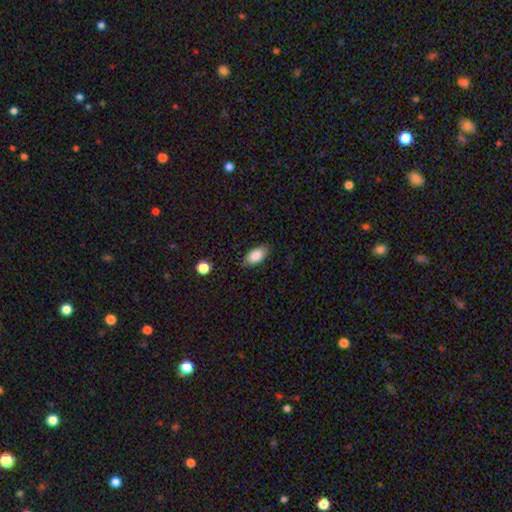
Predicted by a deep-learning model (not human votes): The model was most divided on "merging": none: 85%, minor disturbance: 11%, major disturbance: 2%, merger: 1%. More confident: how rounded — in between (92%); smooth or featured — smooth (83%).